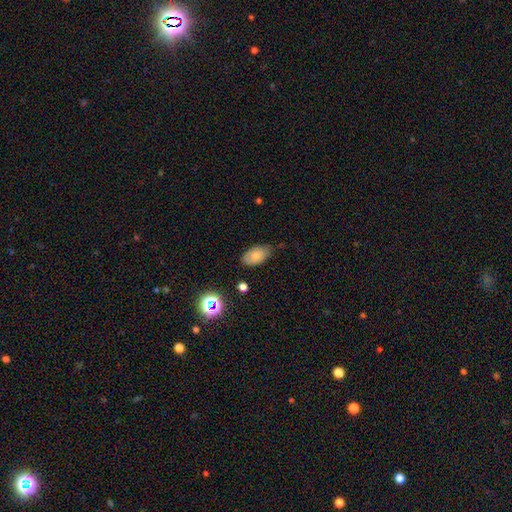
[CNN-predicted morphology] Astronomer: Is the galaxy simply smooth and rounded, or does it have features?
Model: smooth — 73%.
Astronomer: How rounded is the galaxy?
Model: in between — 92%.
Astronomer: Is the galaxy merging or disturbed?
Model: none — 68%.